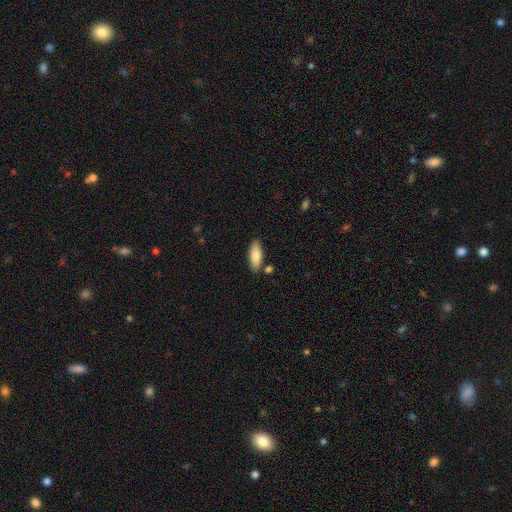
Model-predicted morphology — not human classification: Overall: smooth (85%). How rounded: in between (77%). Merging: none (82%).